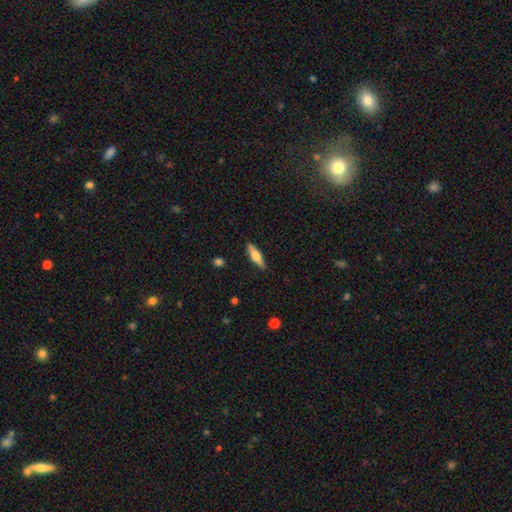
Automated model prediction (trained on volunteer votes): Overall: featured or disk (48%; smooth 46%). Merging: none (88%).